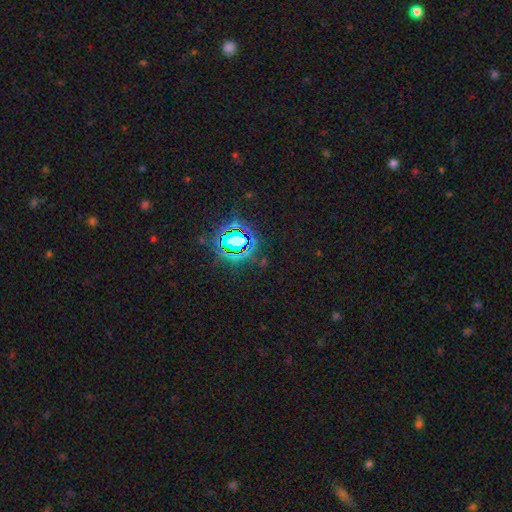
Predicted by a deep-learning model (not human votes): Morphology: type=star or artifact (82%).